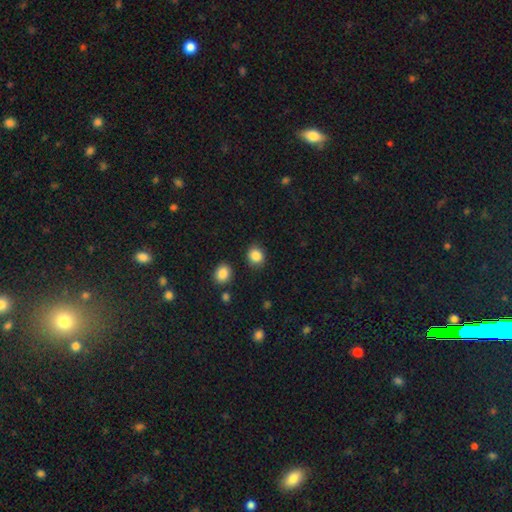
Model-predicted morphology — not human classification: Smooth or featured?
  - smooth: 87% *
  - star or artifact: 10%
  - featured or disk: 3%
How rounded?
  - round: 73% *
  - in between: 26%
  - cigar-shaped: 1%
Merging?
  - none: 85% *
  - minor disturbance: 9%
  - merger: 3%
  - major disturbance: 3%